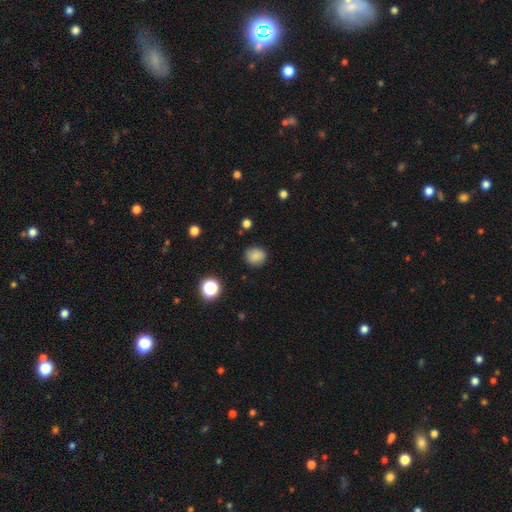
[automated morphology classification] smooth 83%, star or artifact 11%, featured or disk 6%. Down the decision tree: how rounded — round (83%); merging — none (86%).